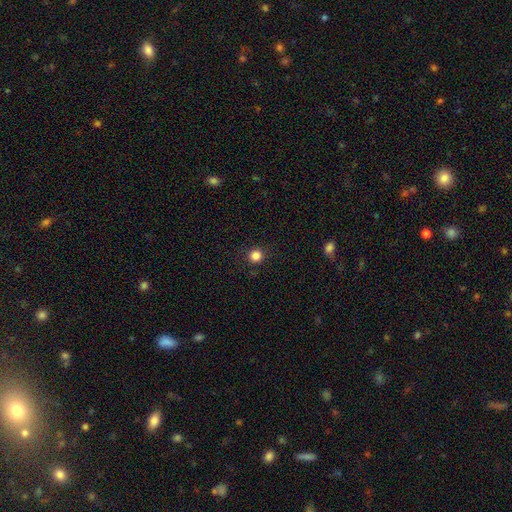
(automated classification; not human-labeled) Smooth or featured? Predicted: smooth (p=0.84). How rounded? Predicted: round (p=0.94). Merging? Predicted: none (p=0.90).